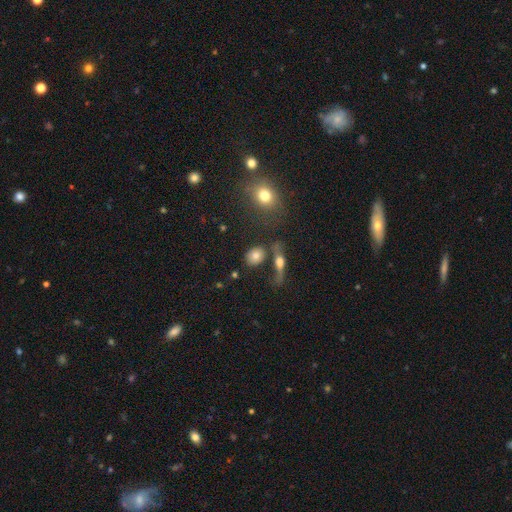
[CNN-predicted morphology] smooth_or_featured: smooth (p=0.76) [alt: featured or disk p=0.14]
how_rounded: in between (p=0.58) [alt: round p=0.39]
merging: none (p=0.65) [alt: merger p=0.15]